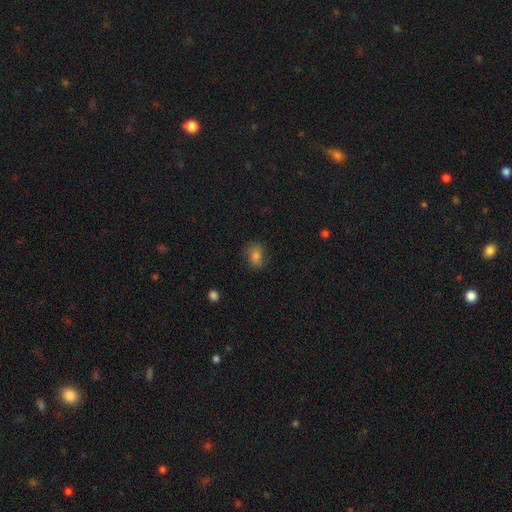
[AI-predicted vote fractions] Overall: smooth (78%). How rounded: in between (65%; round 33%). Merging: none (77%).